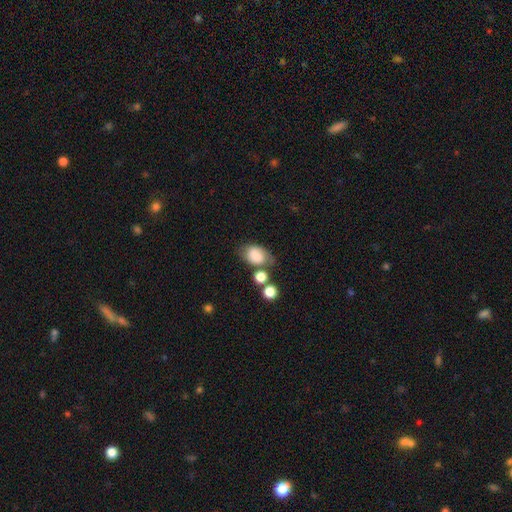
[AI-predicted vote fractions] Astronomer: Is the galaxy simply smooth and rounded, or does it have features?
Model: smooth — 78%.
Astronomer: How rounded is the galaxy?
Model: in between — 78%.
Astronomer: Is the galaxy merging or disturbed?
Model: none — 53%.